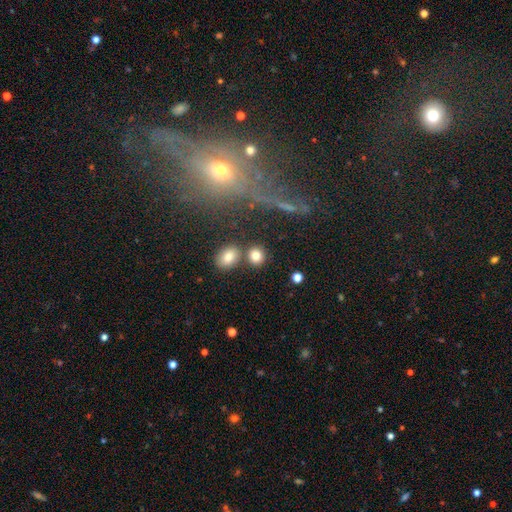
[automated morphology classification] This appears to be a smooth galaxy with no disk features (82%) that is round (76%). Merging: none (71%).